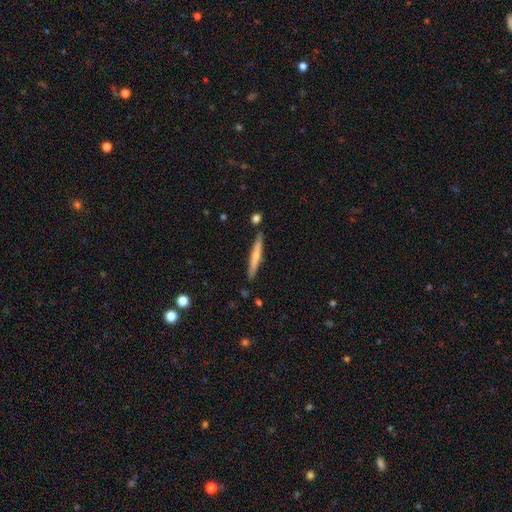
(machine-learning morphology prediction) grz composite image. It shows a smooth galaxy with no disk features (55%) that is cigar-shaped (95%). Merging: none (86%).